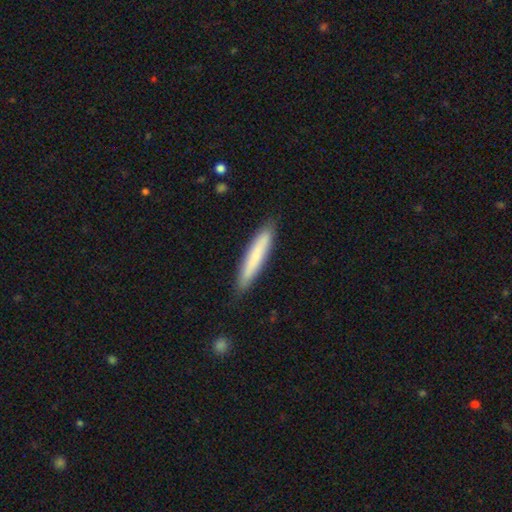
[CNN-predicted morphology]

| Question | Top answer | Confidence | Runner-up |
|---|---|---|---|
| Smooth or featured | smooth | 75% | featured or disk (19%) |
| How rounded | cigar-shaped | 93% | in between (6%) |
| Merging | none | 88% | minor disturbance (9%) |